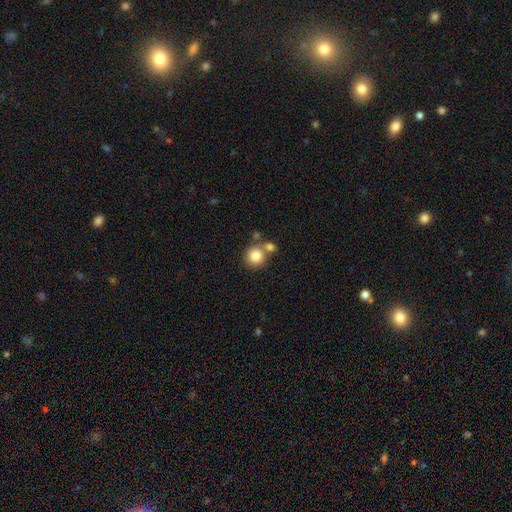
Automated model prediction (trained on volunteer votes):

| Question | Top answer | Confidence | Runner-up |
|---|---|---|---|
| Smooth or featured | smooth | 81% | star or artifact (10%) |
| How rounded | round | 90% | in between (9%) |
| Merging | none | 60% | merger (29%) |